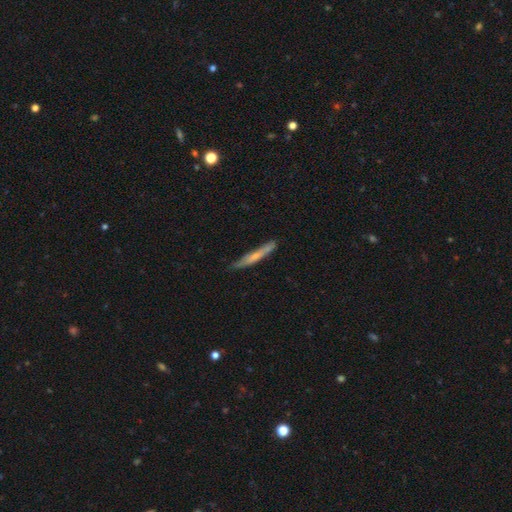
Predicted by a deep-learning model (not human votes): Q: Smooth or featured?
A: smooth (57%); runner-up: featured or disk (37%)
Q: How rounded?
A: cigar-shaped (95%); runner-up: in between (4%)
Q: Merging?
A: none (77%); runner-up: minor disturbance (18%)